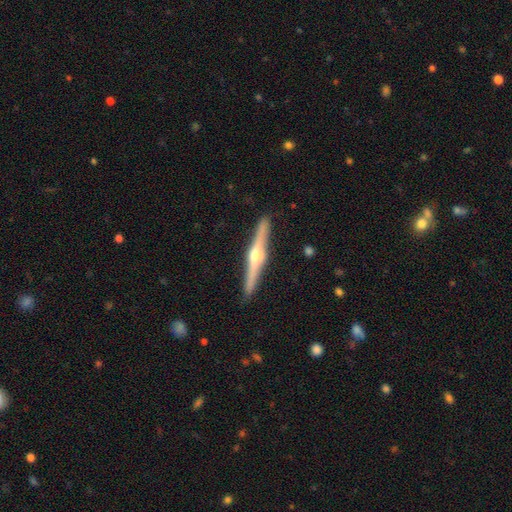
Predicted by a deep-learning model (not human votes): Smooth or featured? Predicted: featured or disk (p=0.81). Edge-on disk? Predicted: yes (p=0.98). Edge-on bulge? Predicted: rounded (p=0.94). Merging? Predicted: none (p=0.91).